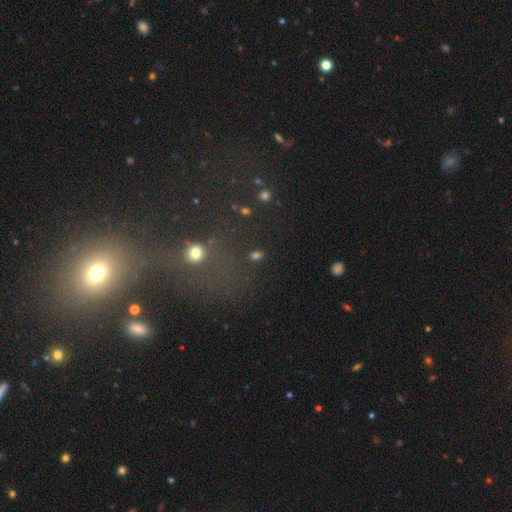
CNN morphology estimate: smooth_or_featured: smooth (p=0.46) [alt: star or artifact p=0.42]
merging: none (p=0.66) [alt: minor disturbance p=0.12]